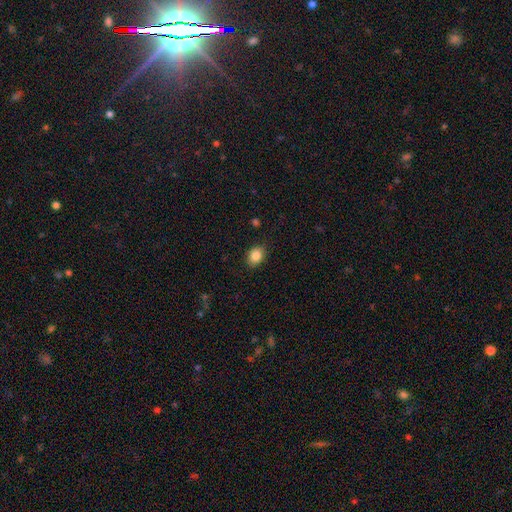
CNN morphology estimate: Overall: smooth (85%). How rounded: in between (67%; round 32%). Merging: none (86%).